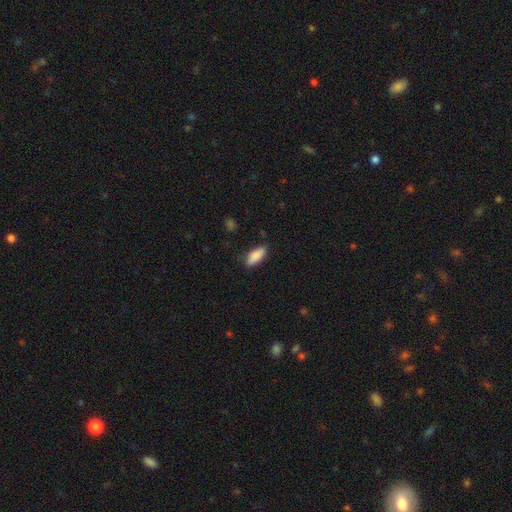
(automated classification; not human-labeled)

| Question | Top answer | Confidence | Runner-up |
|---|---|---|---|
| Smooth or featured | smooth | 88% | star or artifact (6%) |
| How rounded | in between | 75% | cigar-shaped (23%) |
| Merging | none | 84% | minor disturbance (12%) |